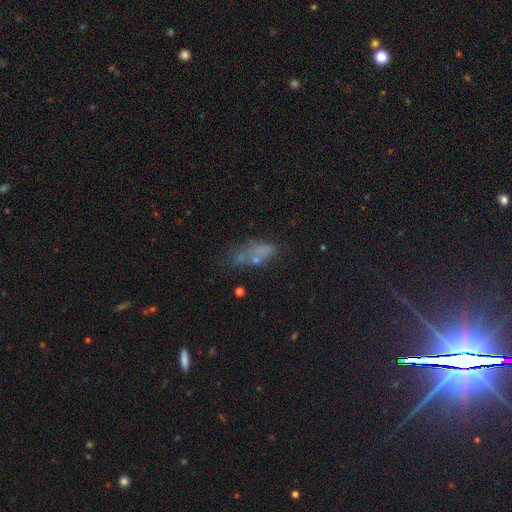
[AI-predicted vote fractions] smooth_or_featured: smooth (p=0.48) [alt: featured or disk p=0.28]
merging: none (p=0.44) [alt: minor disturbance p=0.20]